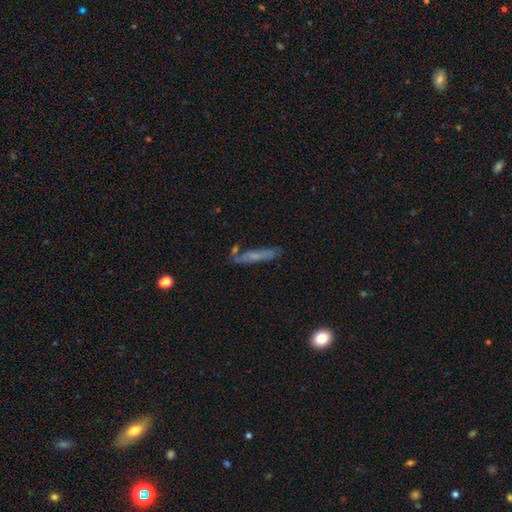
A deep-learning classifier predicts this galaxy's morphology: Overall: smooth (50%; featured or disk 40%). How rounded: cigar-shaped (89%). Merging: none (72%).